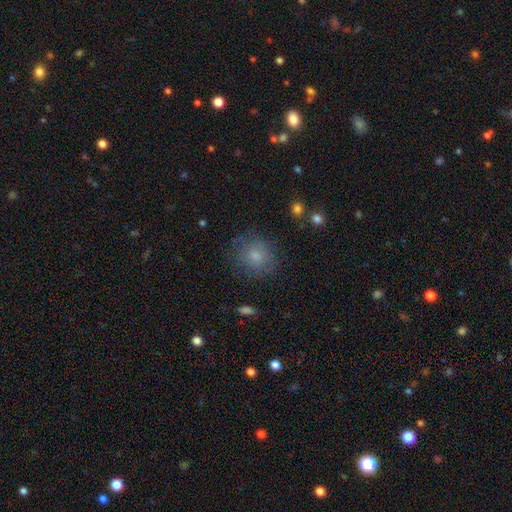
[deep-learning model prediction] Q: Smooth or featured?
A: smooth (73%); runner-up: featured or disk (16%)
Q: How rounded?
A: round (78%); runner-up: in between (21%)
Q: Merging?
A: none (72%); runner-up: minor disturbance (18%)